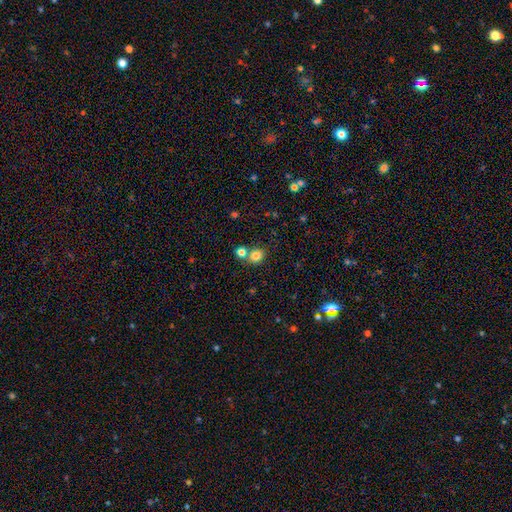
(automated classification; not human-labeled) smooth 80%, star or artifact 13%, featured or disk 7%. Down the decision tree: how rounded — round (68%); merging — none (56%).